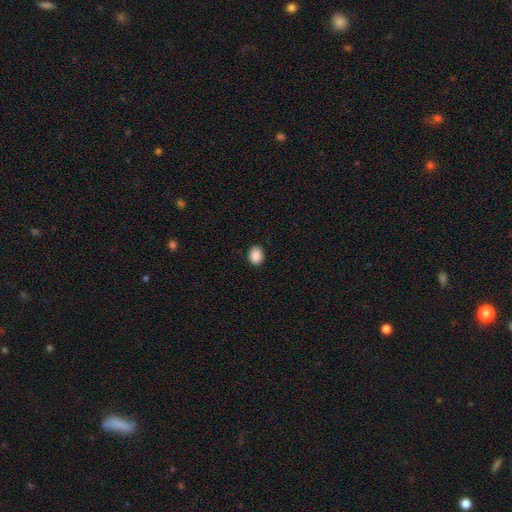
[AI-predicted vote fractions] Overall: smooth (89%). How rounded: in between (63%; round 36%). Merging: none (89%).